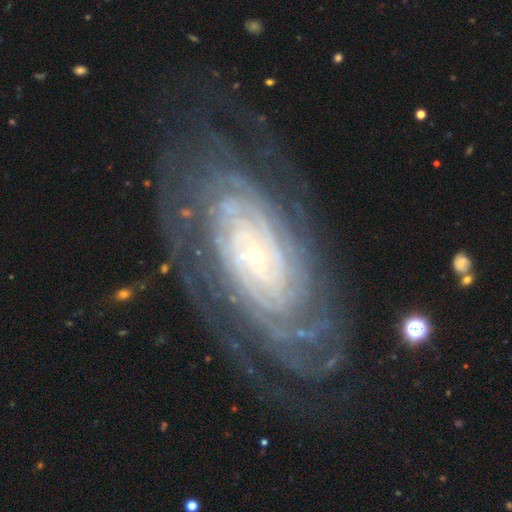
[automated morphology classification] featured or disk 89%, star or artifact 6%, smooth 5%. Down the decision tree: edge-on disk — no (95%); bar — no (66%); spiral arms — yes (98%); spiral arm count — more than 4 (27%); spiral winding — tight (84%); bulge size — small (82%); merging — none (75%).